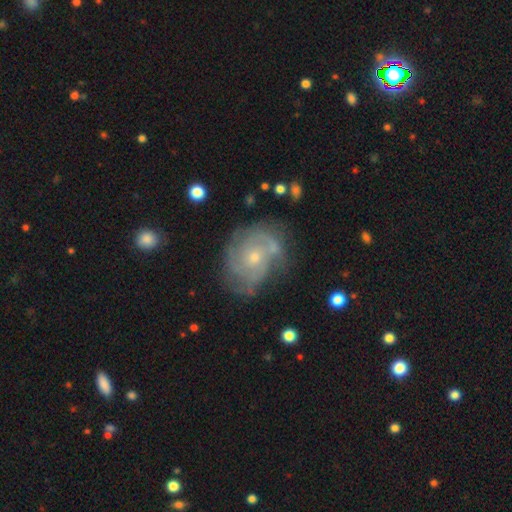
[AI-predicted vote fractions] Q: Smooth or featured?
A: featured or disk (80%); runner-up: smooth (13%)
Q: Edge-on disk?
A: no (97%); runner-up: yes (3%)
Q: Bar?
A: no (78%); runner-up: weak (19%)
Q: Spiral arms?
A: yes (90%); runner-up: no (10%)
Q: Spiral winding?
A: tight (57%); runner-up: medium (33%)
Q: Spiral arm count?
A: can't tell (36%); runner-up: 2 (23%)
Q: Bulge size?
A: small (62%); runner-up: moderate (35%)
Q: Merging?
A: none (61%); runner-up: minor disturbance (22%)